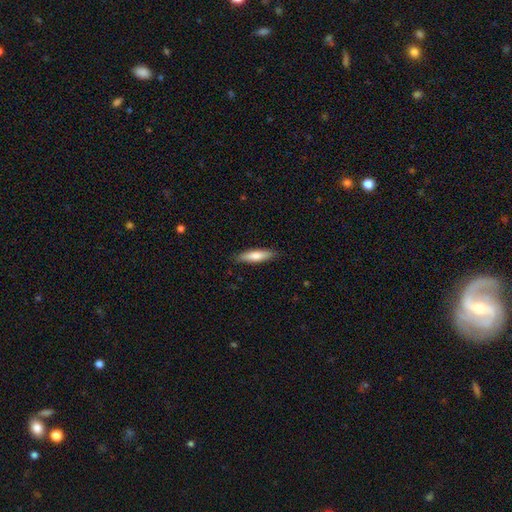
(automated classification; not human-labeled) Overall: smooth (73%). How rounded: cigar-shaped (73%). Merging: none (87%).